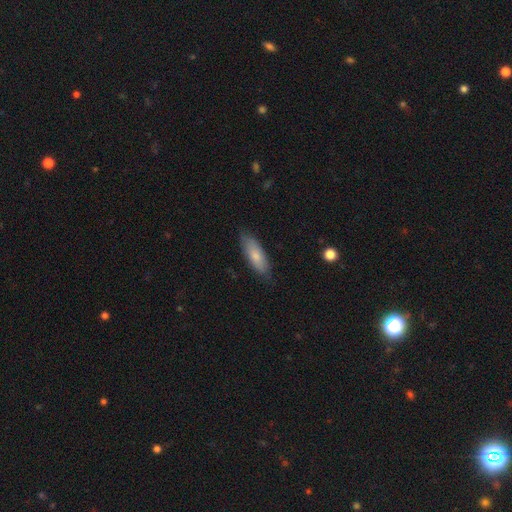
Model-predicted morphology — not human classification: Smooth or featured: smooth — 77% (featured or disk — 17%)
How rounded: in between — 64% (cigar-shaped — 34%)
Merging: none — 81% (minor disturbance — 16%)